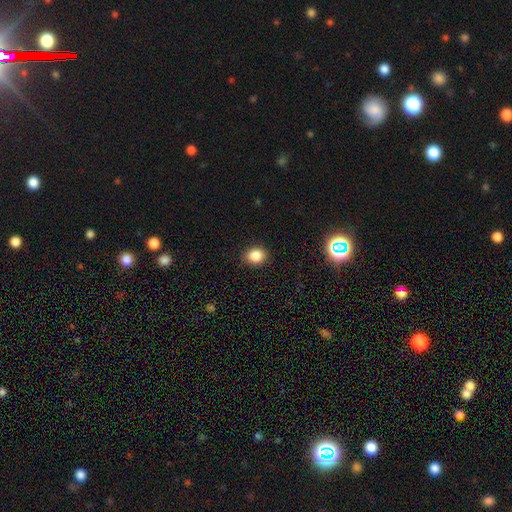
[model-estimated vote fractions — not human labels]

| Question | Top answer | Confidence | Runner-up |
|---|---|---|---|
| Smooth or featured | smooth | 85% | star or artifact (11%) |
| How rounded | round | 57% | in between (42%) |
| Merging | none | 88% | minor disturbance (9%) |